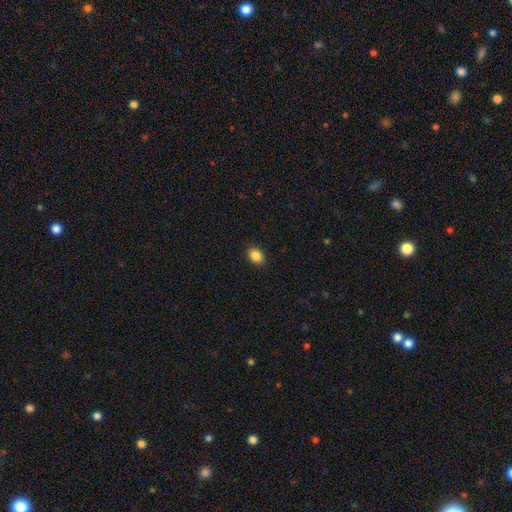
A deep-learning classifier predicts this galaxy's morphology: Smooth or featured? smooth (87%)
How rounded? in between (50%)
Merging? none (90%)